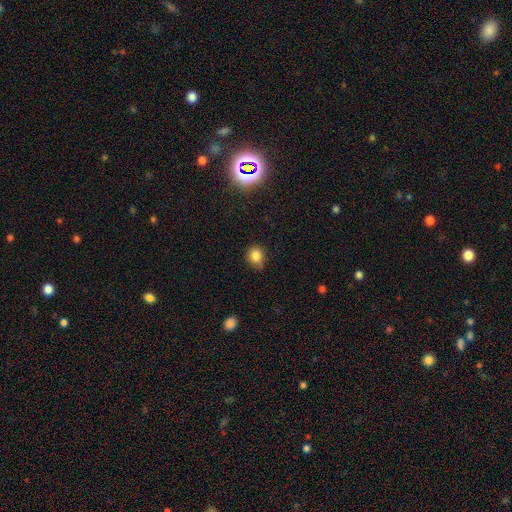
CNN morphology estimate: Q: Smooth or featured?
A: smooth (83%); runner-up: star or artifact (12%)
Q: How rounded?
A: round (70%); runner-up: in between (29%)
Q: Merging?
A: none (69%); runner-up: minor disturbance (25%)